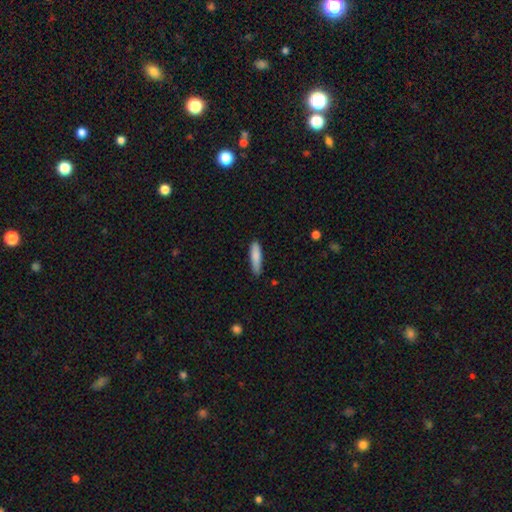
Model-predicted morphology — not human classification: smooth 84%, featured or disk 10%, star or artifact 6%. Down the decision tree: how rounded — cigar-shaped (72%); merging — none (76%).